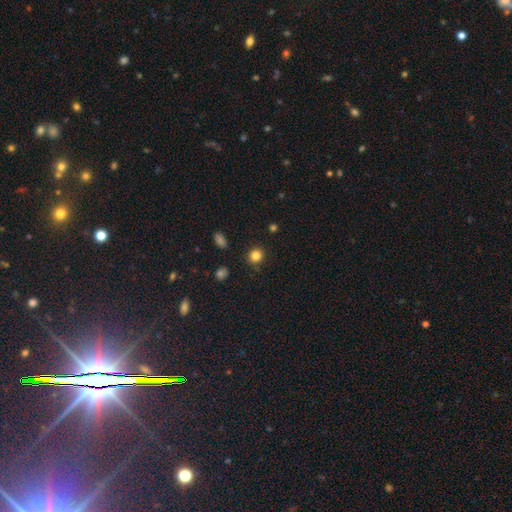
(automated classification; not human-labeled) smooth 83%, star or artifact 12%, featured or disk 5%. Down the decision tree: how rounded — round (83%); merging — none (89%).